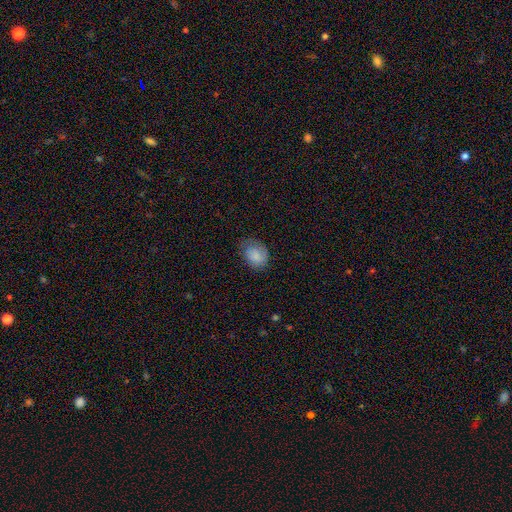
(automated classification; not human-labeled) smooth_or_featured: smooth (p=0.75) [alt: featured or disk p=0.18]
how_rounded: in between (p=0.64) [alt: round p=0.35]
merging: none (p=0.59) [alt: minor disturbance p=0.28]